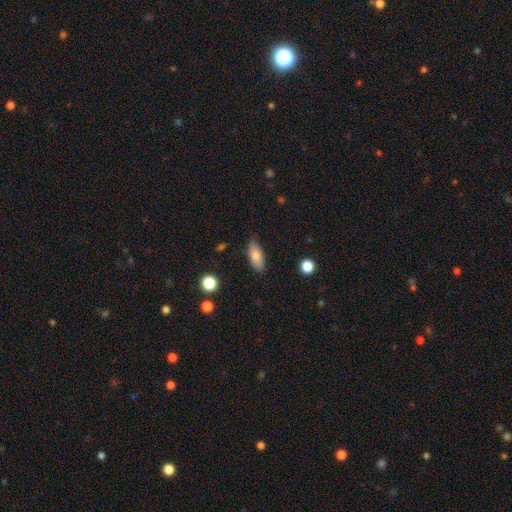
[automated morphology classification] The model was most divided on "smooth or featured": smooth: 77%, featured or disk: 15%, star or artifact: 8%. More confident: how rounded — in between (82%); merging — none (82%).